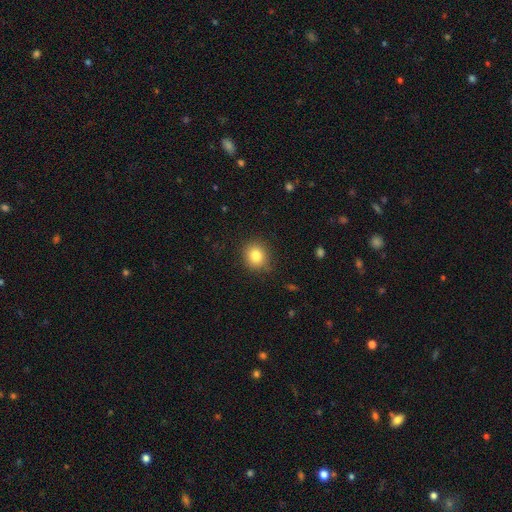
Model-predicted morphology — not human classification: Smooth or featured? smooth (83%)
How rounded? round (81%)
Merging? none (85%)